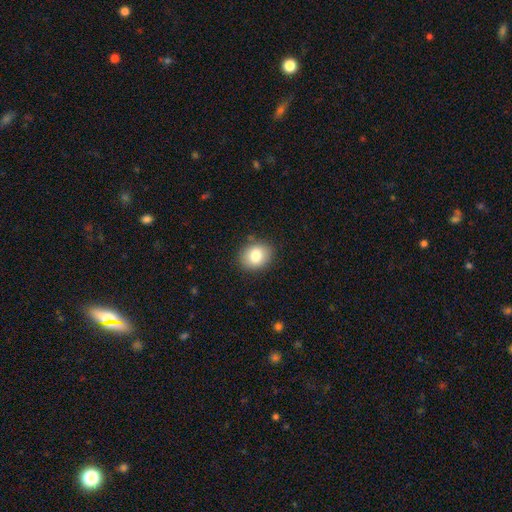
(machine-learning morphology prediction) Smooth or featured?
  - smooth: 82% *
  - featured or disk: 9%
  - star or artifact: 9%
How rounded?
  - round: 54% *
  - in between: 45%
  - cigar-shaped: 1%
Merging?
  - none: 86% *
  - minor disturbance: 10%
  - major disturbance: 3%
  - merger: 1%